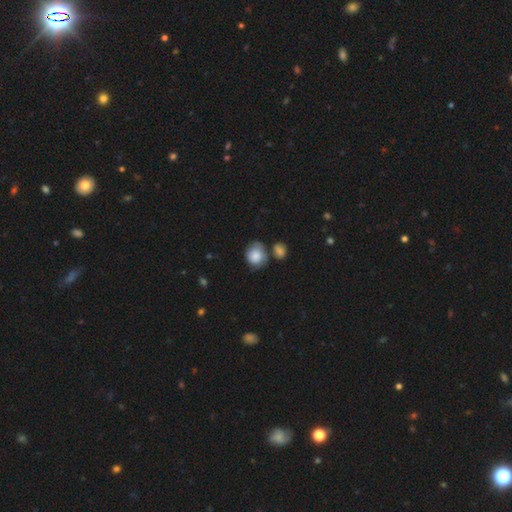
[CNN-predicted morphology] A smooth galaxy with no disk features (76%) that is round (70%).

Vote fractions:
- Smooth or featured? smooth: 76% / featured or disk: 17% / star or artifact: 8%
- How rounded? round: 70% / in between: 29% / cigar-shaped: 1%
- Merging? none: 49% / minor disturbance: 25% / merger: 17% / major disturbance: 9%